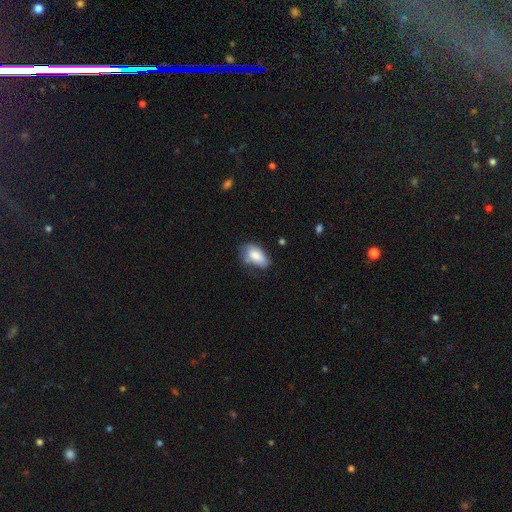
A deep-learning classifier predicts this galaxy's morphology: Smooth or featured? smooth (83%)
How rounded? in between (93%)
Merging? none (55%)